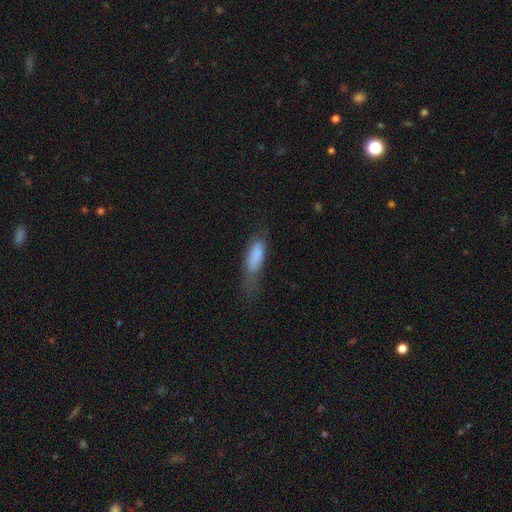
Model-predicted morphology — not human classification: This is likely a smooth galaxy (78%). How rounded: possibly in between (53%). Merging: marginally none (36%).